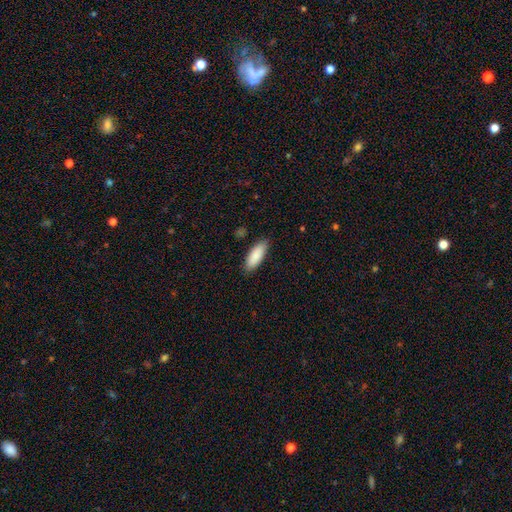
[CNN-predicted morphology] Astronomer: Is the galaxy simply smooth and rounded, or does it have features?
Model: smooth — 89%.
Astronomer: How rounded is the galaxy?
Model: in between — 68%.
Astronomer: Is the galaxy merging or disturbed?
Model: none — 87%.